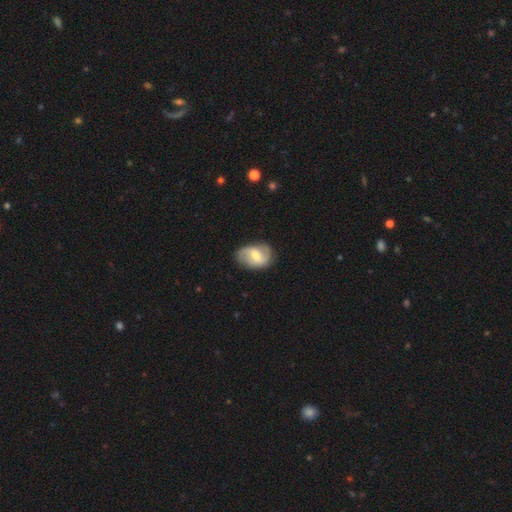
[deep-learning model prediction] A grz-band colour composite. It shows a featured or disk galaxy (74%) with a weak bar (55%), 2 (84%) medium (43%) spiral arms (93%) and a moderate central bulge (49%). Merging: none (77%).